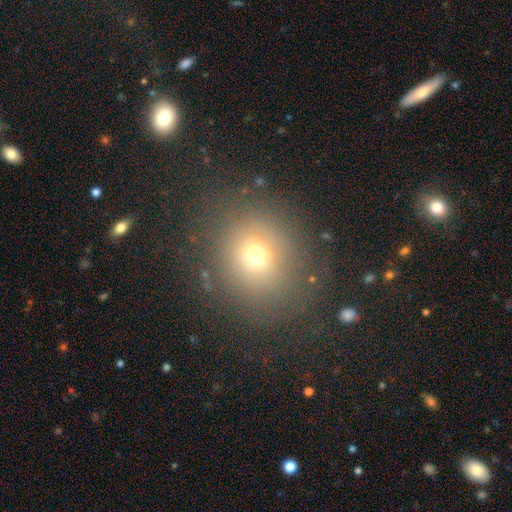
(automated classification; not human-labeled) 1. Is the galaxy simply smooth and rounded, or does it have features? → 67% smooth, 20% star or artifact, 13% featured or disk.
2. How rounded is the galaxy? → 75% round, 24% in between, 1% cigar-shaped.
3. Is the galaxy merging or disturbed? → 81% none, 11% minor disturbance, 6% major disturbance, 2% merger.